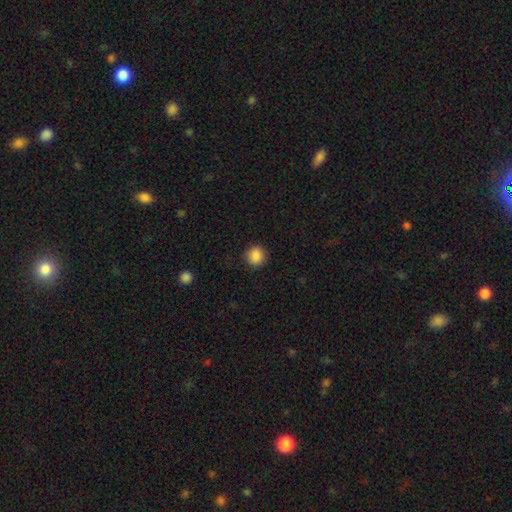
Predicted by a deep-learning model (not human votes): Smooth or featured?
  - smooth: 88% *
  - star or artifact: 9%
  - featured or disk: 3%
How rounded?
  - round: 89% *
  - in between: 10%
  - cigar-shaped: 1%
Merging?
  - none: 89% *
  - minor disturbance: 7%
  - major disturbance: 2%
  - merger: 1%